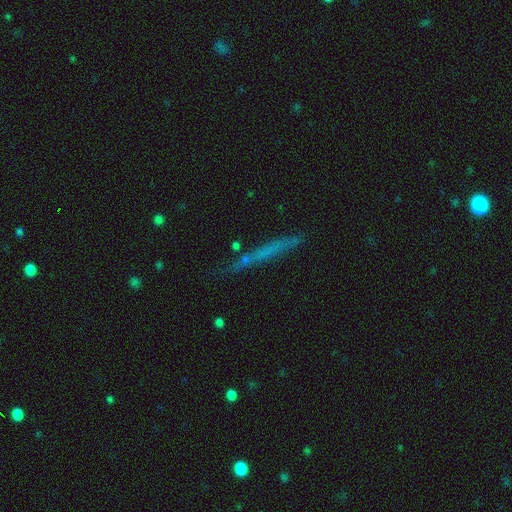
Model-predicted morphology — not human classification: A smooth galaxy with no disk features (44%). Merging: none (78%).